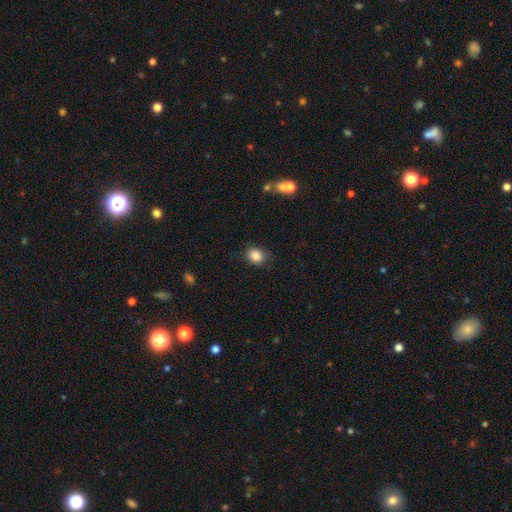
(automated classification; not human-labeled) Morphology: type=smooth (85%); roundness=round (54%); merging=none (79%).